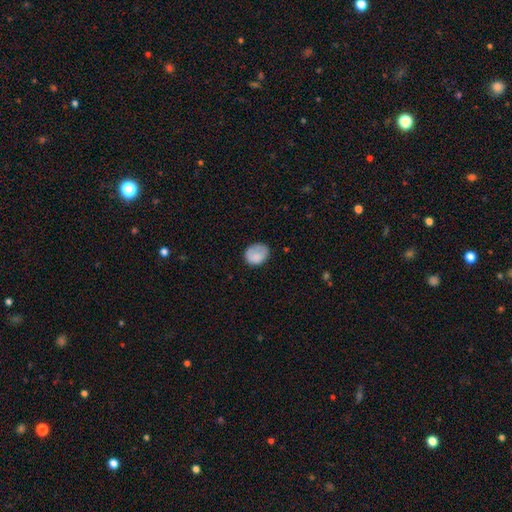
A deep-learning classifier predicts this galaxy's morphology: The model was most divided on "how rounded": in between: 51%, round: 48%, cigar-shaped: 1%. More confident: smooth or featured — smooth (82%); merging — none (64%).